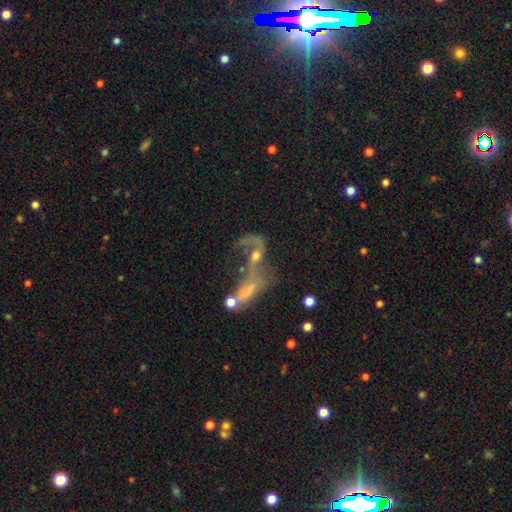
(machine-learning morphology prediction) The model was most divided on "bulge size": moderate: 33%, none: 31%, small: 27%, large: 7%, dominant: 2%. More confident: edge-on disk — no (93%); bar — no (72%); smooth or featured — featured or disk (59%); merging — merger (53%); spiral arms — no (52%).